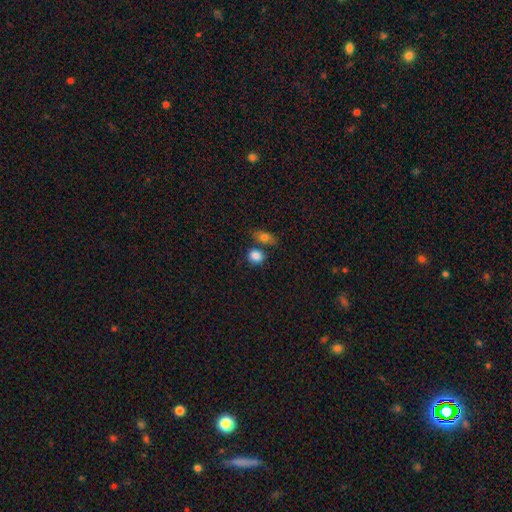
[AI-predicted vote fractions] Morphology: type=smooth (84%); roundness=round (63%); merging=none (63%).